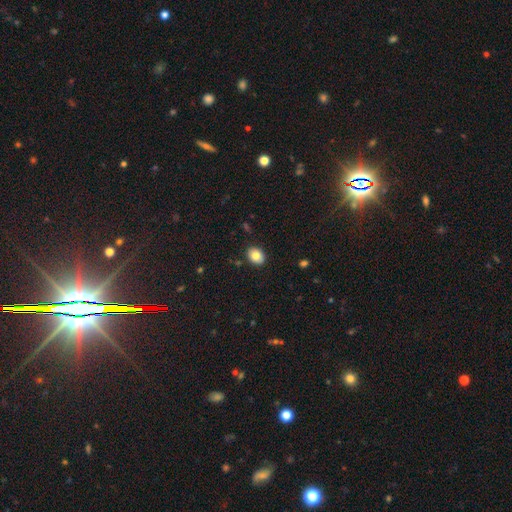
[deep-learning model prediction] The model was most divided on "how rounded": in between: 67%, round: 32%, cigar-shaped: 1%. More confident: merging — none (88%); smooth or featured — smooth (82%).